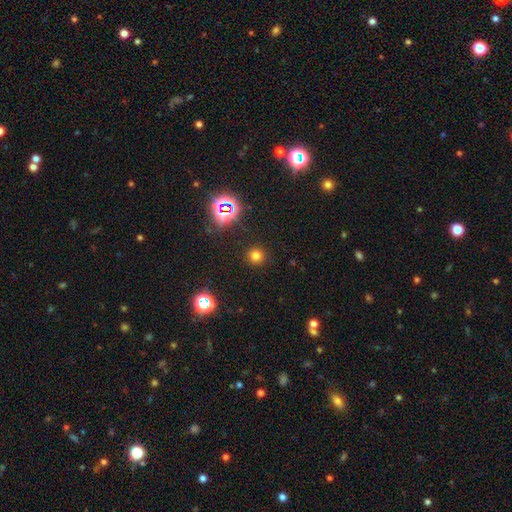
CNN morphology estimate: smooth 70%, star or artifact 24%, featured or disk 6%. Down the decision tree: how rounded — round (94%); merging — none (90%).